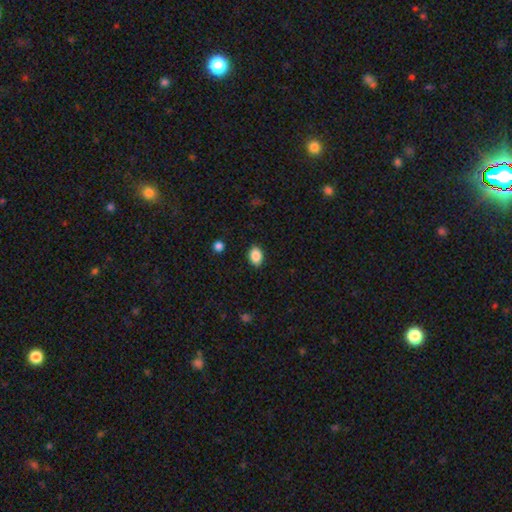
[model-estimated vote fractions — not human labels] This appears to be a smooth galaxy with no disk features (88%) that is in between round and cigar-shaped (77%). Merging: none (88%).